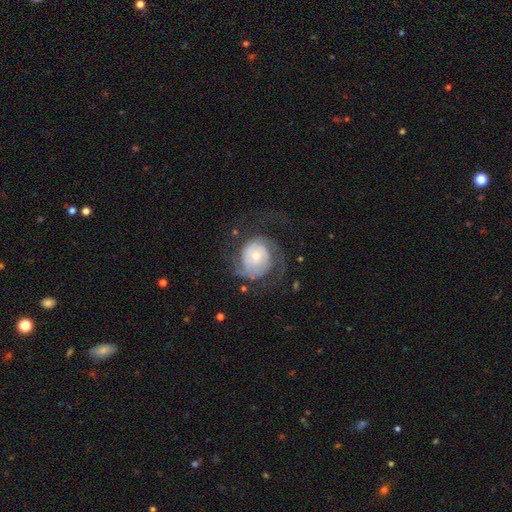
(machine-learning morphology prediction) type=featured or disk (78%); edge-on=no (98%); bar=no (76%); spiral arms=yes (90%); winding=tight (39%); arm count=2 (52%); bulge=small (48%); merging=none (53%).